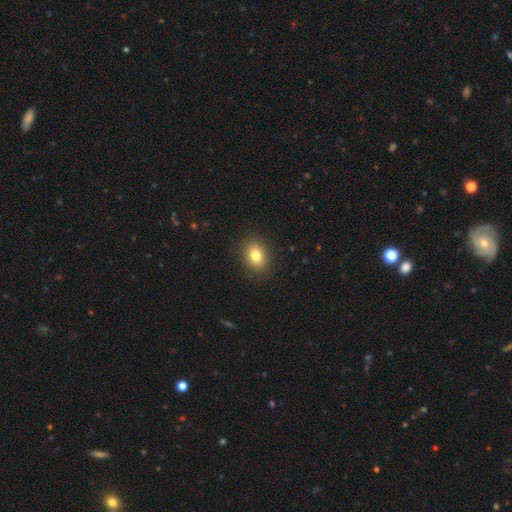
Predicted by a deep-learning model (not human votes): Smooth or featured? Predicted: smooth (p=0.80). How rounded? Predicted: in between (p=0.63). Merging? Predicted: none (p=0.89).